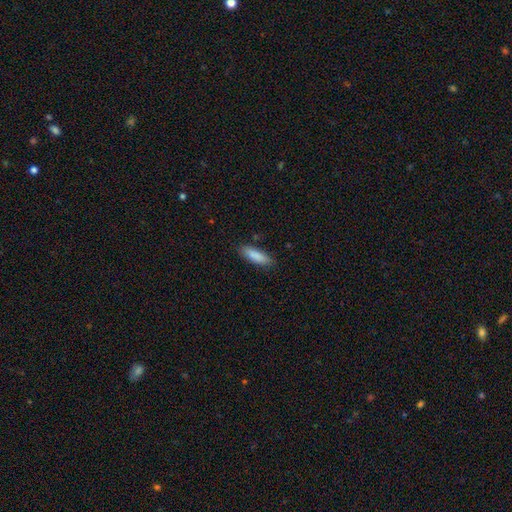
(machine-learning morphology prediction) smooth 87%, featured or disk 7%, star or artifact 6%. Down the decision tree: how rounded — cigar-shaped (53%); merging — none (84%).